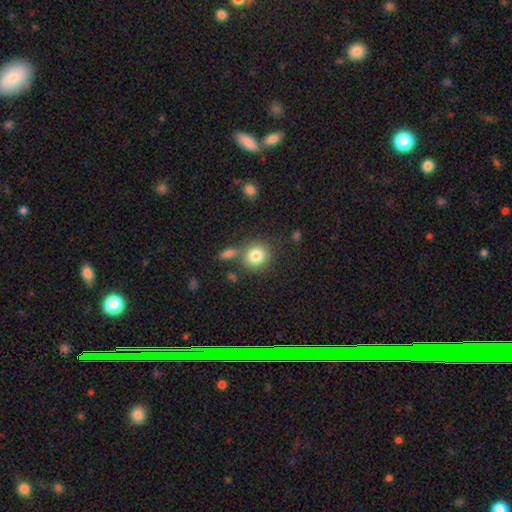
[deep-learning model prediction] Q: Smooth or featured?
A: smooth (82%); runner-up: star or artifact (9%)
Q: How rounded?
A: round (84%); runner-up: in between (15%)
Q: Merging?
A: none (70%); runner-up: merger (14%)